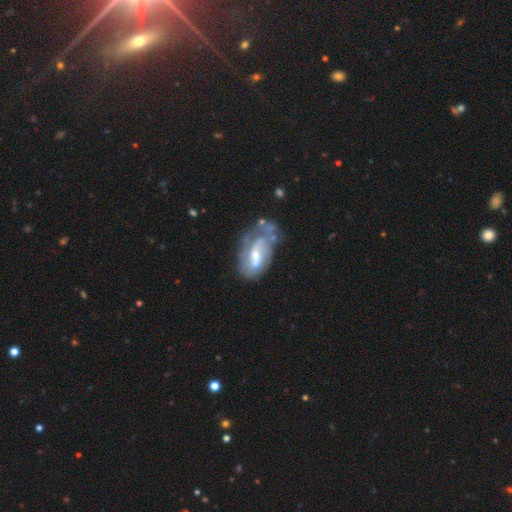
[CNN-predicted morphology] featured or disk 72%, smooth 22%, star or artifact 7%. Down the decision tree: edge-on disk — no (95%); bar — weak (46%); spiral arms — yes (74%); spiral arm count — 2 (40%); spiral winding — tight (40%); bulge size — moderate (51%); merging — none (37%).